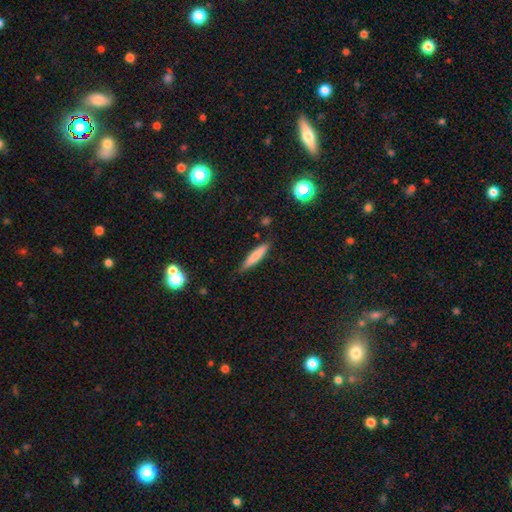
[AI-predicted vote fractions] smooth-or-featured: smooth: 73% | featured or disk: 20% | star or artifact: 7%
  how-rounded: cigar-shaped: 87% | in between: 12% | round: 1%
  merging: none: 83% | minor disturbance: 13% | major disturbance: 2% | merger: 2%